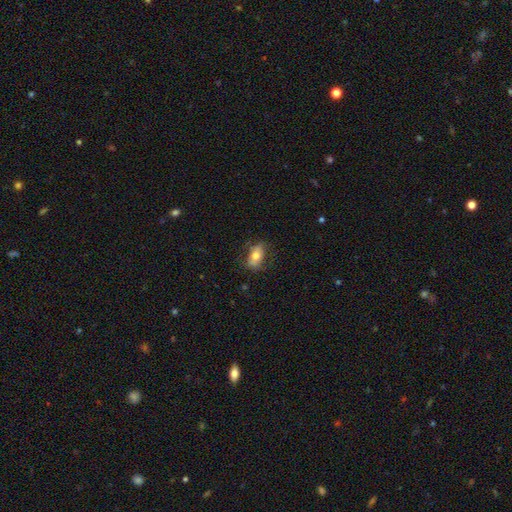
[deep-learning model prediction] Smooth or featured? smooth (65%)
How rounded? in between (87%)
Merging? none (72%)